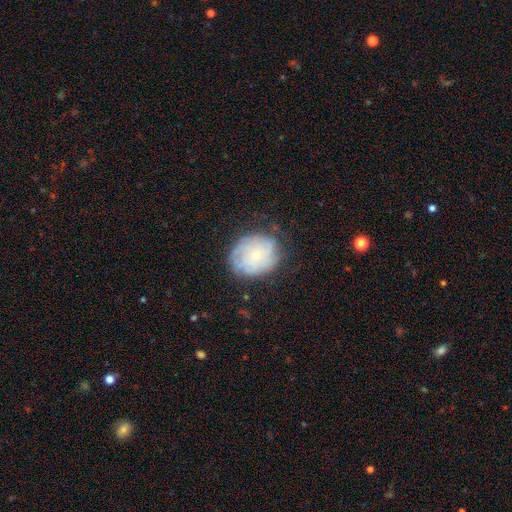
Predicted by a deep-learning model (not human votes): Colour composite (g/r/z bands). It shows a smooth galaxy with no disk features (47%). Merging: none (63%).